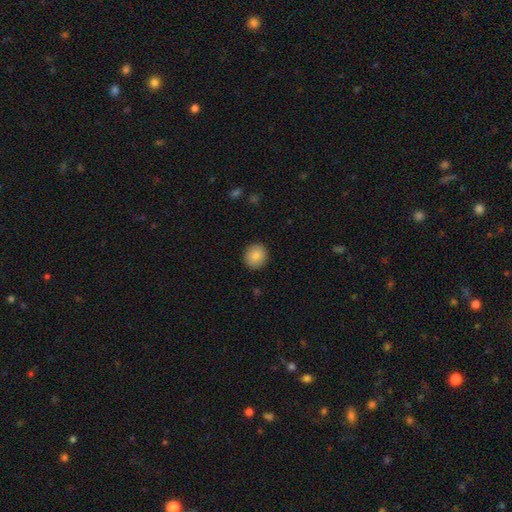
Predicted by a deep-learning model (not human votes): smooth-or-featured: smooth: 86% | star or artifact: 8% | featured or disk: 6%
  how-rounded: round: 84% | in between: 15% | cigar-shaped: 1%
  merging: none: 91% | minor disturbance: 6% | major disturbance: 2% | merger: 1%